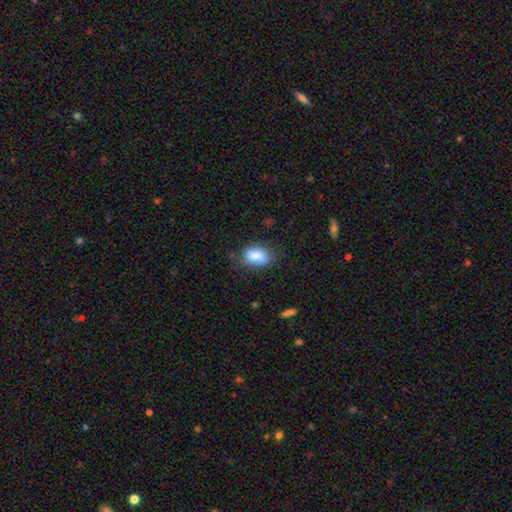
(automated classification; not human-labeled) Smooth or featured: smooth — 83% (featured or disk — 9%)
How rounded: in between — 89% (round — 9%)
Merging: none — 71% (minor disturbance — 22%)